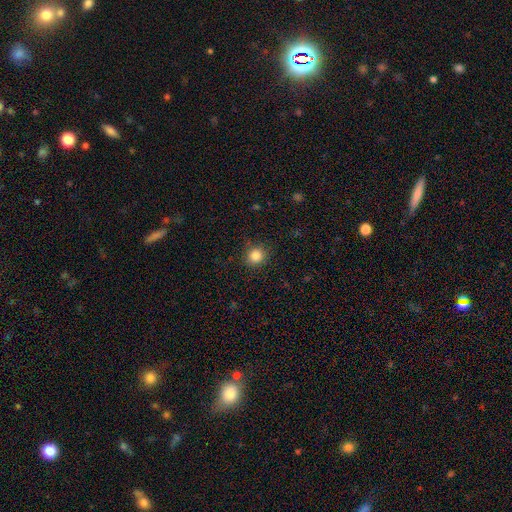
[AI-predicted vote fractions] Smooth or featured? smooth (84%)
How rounded? round (86%)
Merging? none (87%)